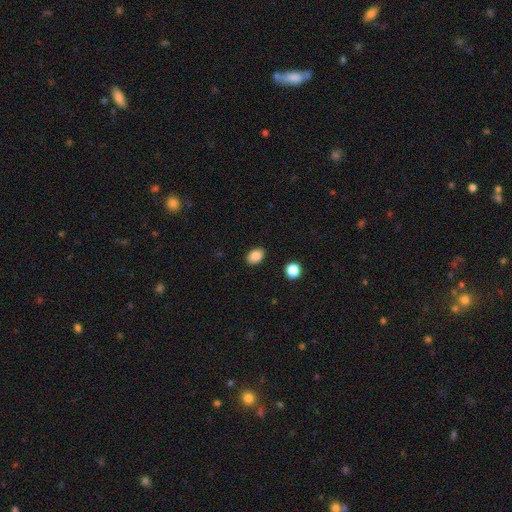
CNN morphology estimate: Q: Smooth or featured?
A: smooth (86%); runner-up: star or artifact (9%)
Q: How rounded?
A: in between (71%); runner-up: round (28%)
Q: Merging?
A: none (88%); runner-up: minor disturbance (8%)